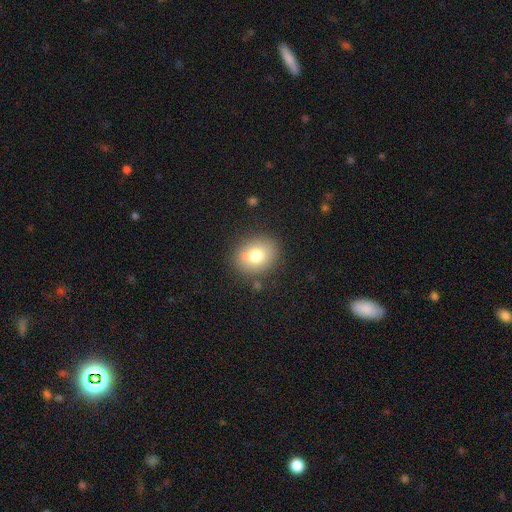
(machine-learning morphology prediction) Overall: smooth (74%). How rounded: round (59%; in between 40%). Merging: none (79%).